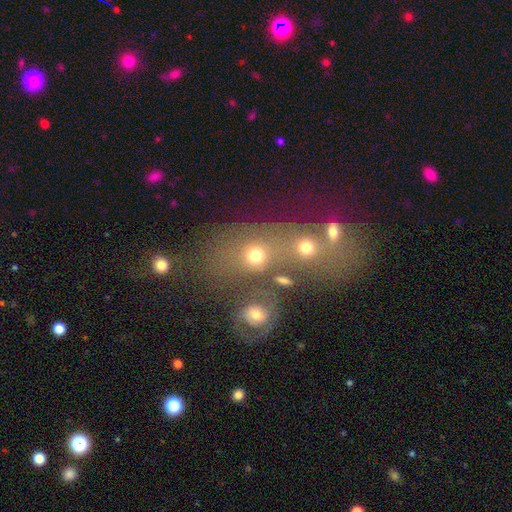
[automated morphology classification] This is likely a smooth galaxy (69%). How rounded: likely round (61%). Merging: possibly merger (54%).